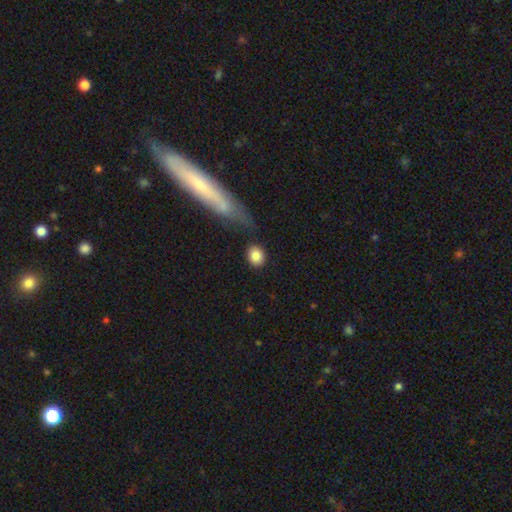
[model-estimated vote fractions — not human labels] Smooth or featured? smooth (85%)
How rounded? round (62%)
Merging? none (81%)